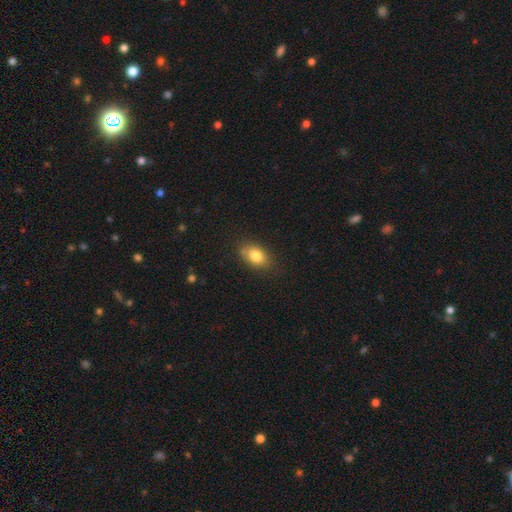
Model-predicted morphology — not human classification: Smooth or featured: smooth — 81% (featured or disk — 11%)
How rounded: in between — 85% (round — 13%)
Merging: none — 77% (minor disturbance — 17%)